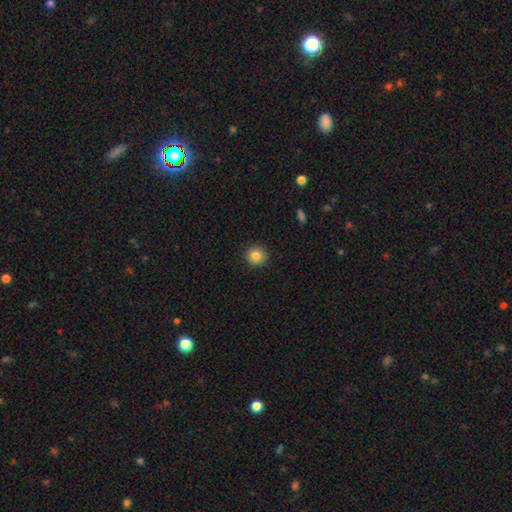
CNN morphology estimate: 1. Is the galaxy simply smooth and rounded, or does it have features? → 84% smooth, 10% star or artifact, 6% featured or disk.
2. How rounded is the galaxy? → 94% round, 5% in between, 1% cigar-shaped.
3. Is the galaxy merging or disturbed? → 92% none, 6% minor disturbance, 2% major disturbance, 1% merger.